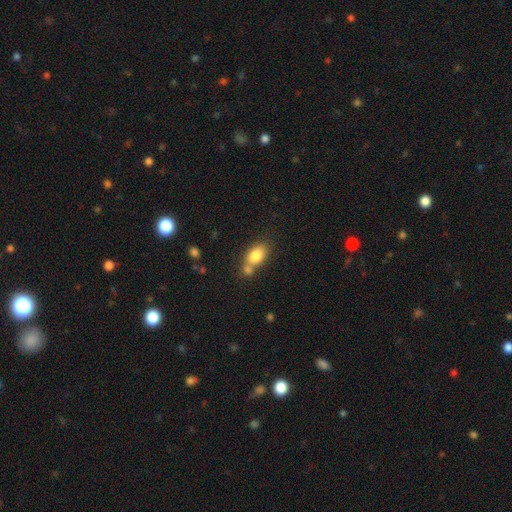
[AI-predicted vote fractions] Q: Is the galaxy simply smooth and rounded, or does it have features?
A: smooth — 81%.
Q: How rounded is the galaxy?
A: in between — 86%.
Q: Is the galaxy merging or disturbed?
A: none — 41%.